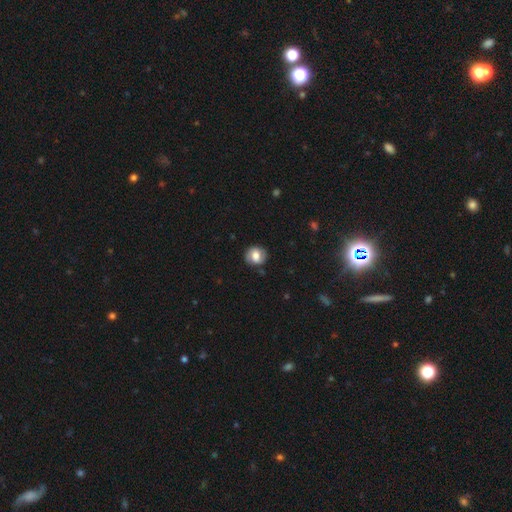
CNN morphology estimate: A smooth galaxy with no disk features (62%) that is round (77%). Merging: none (83%).